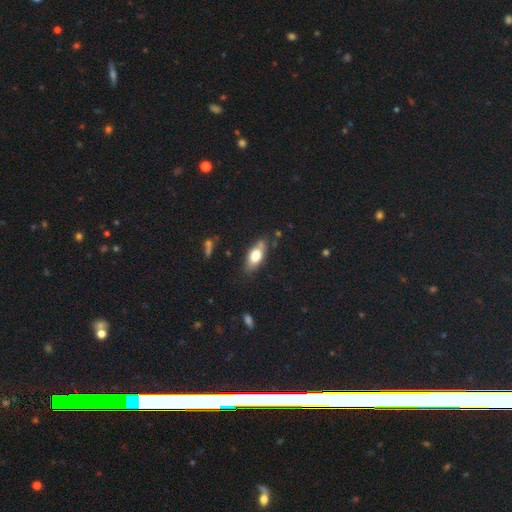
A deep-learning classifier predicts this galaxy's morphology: Q: Smooth or featured?
A: smooth (70%); runner-up: featured or disk (23%)
Q: How rounded?
A: in between (80%); runner-up: cigar-shaped (16%)
Q: Merging?
A: none (73%); runner-up: minor disturbance (19%)